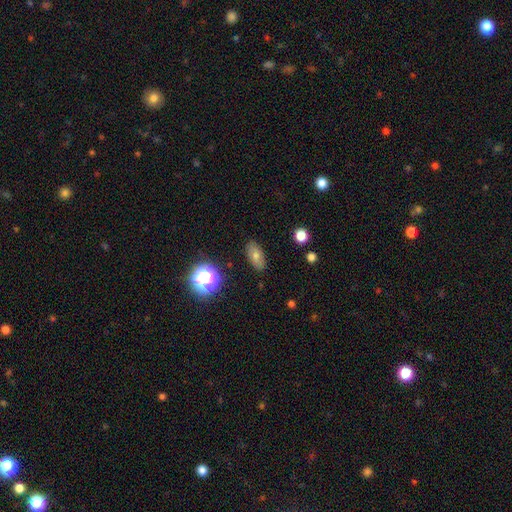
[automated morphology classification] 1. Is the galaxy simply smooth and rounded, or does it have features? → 73% smooth, 15% featured or disk, 12% star or artifact.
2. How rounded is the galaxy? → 84% in between, 8% cigar-shaped, 8% round.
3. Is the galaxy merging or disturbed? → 86% none, 10% minor disturbance, 3% major disturbance, 1% merger.